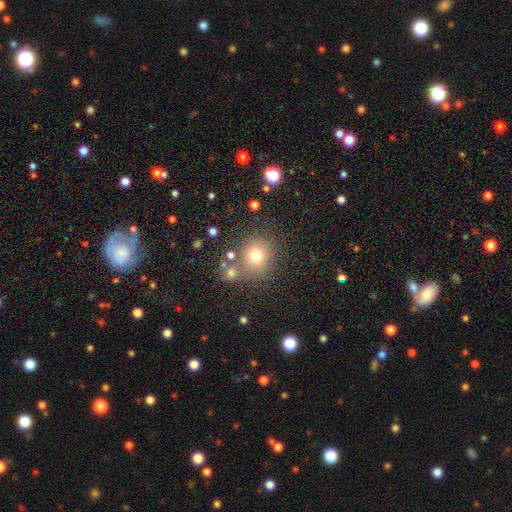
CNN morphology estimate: Smooth or featured? smooth (73%)
How rounded? round (85%)
Merging? none (74%)